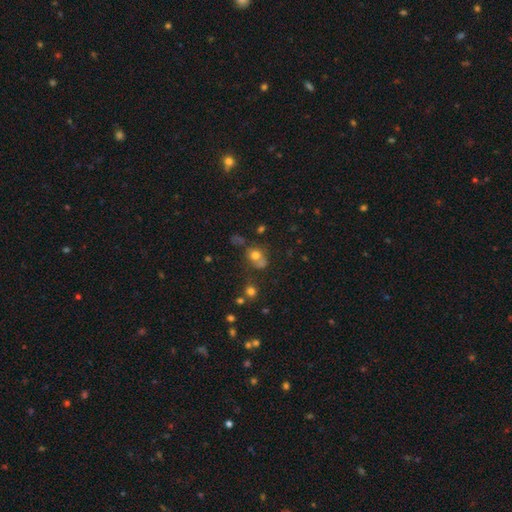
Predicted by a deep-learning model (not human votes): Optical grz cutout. It shows a smooth galaxy with no disk features (71%) that is round (62%). Merging: none (43%).